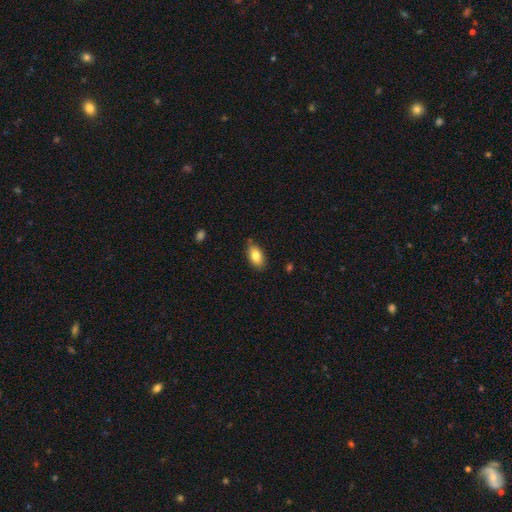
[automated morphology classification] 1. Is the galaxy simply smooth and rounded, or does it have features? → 82% smooth, 11% featured or disk, 7% star or artifact.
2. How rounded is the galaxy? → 92% in between, 5% round, 4% cigar-shaped.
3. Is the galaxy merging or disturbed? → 78% none, 17% minor disturbance, 3% major disturbance, 2% merger.